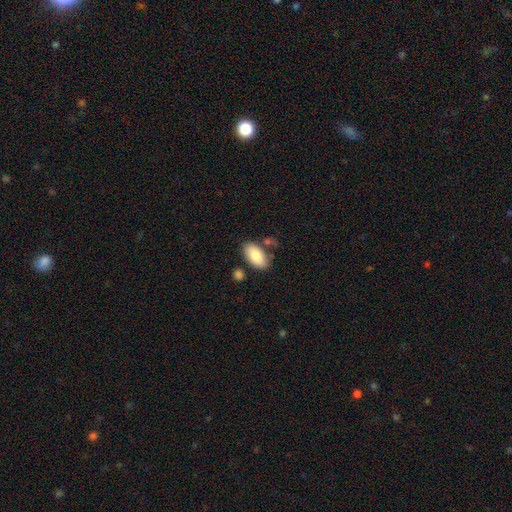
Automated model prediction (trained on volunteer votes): smooth 84%, featured or disk 10%, star or artifact 6%. Down the decision tree: how rounded — in between (94%); merging — none (73%).